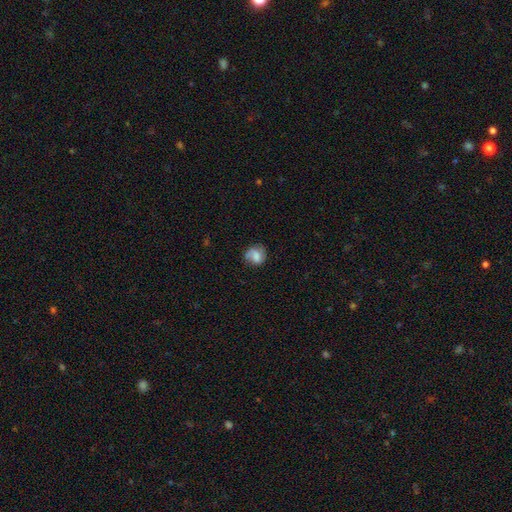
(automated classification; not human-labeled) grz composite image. It shows a smooth galaxy with no disk features (61%) that is round (70%). Merging: none (52%).